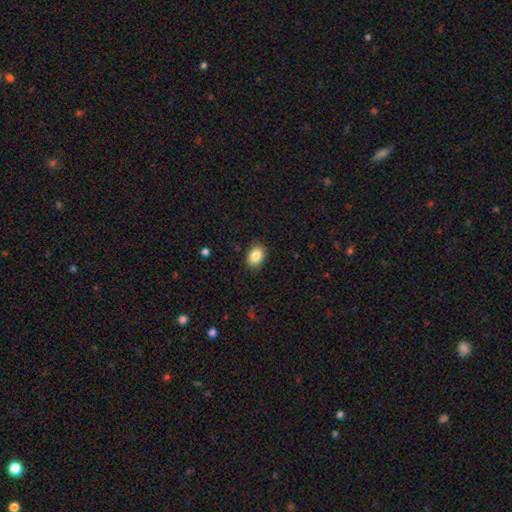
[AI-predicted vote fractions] This is clearly a smooth galaxy (86%). How rounded: likely in between (74%). Merging: clearly none (88%).